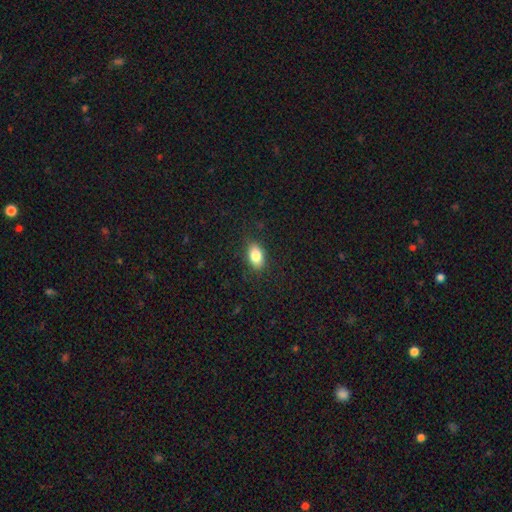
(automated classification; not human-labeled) Q: Smooth or featured?
A: smooth (83%); runner-up: featured or disk (9%)
Q: How rounded?
A: in between (86%); runner-up: round (12%)
Q: Merging?
A: none (85%); runner-up: minor disturbance (11%)